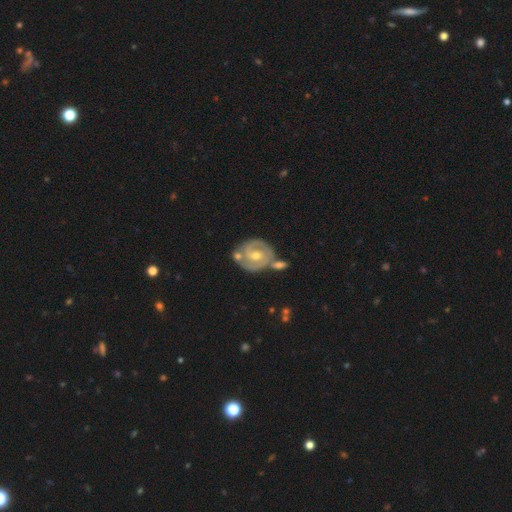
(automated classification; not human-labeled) Smooth or featured? featured or disk (85%)
Edge-on disk? no (98%)
Bar? no (49%)
Spiral arms? yes (92%)
Spiral winding? tight (64%)
Spiral arm count? 2 (70%)
Bulge size? moderate (62%)
Merging? none (55%)